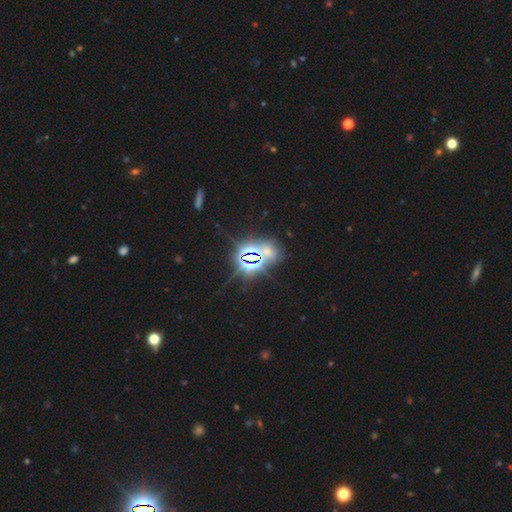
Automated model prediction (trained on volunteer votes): smooth_or_featured: star or artifact (p=0.79) [alt: smooth p=0.12]